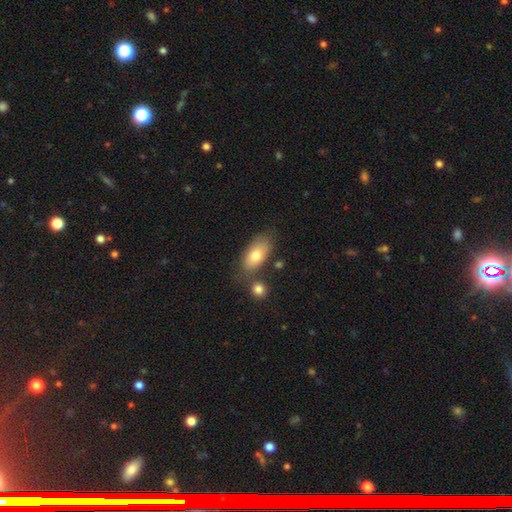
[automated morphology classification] Smooth or featured? Predicted: smooth (p=0.76). How rounded? Predicted: in between (p=0.89). Merging? Predicted: none (p=0.66).